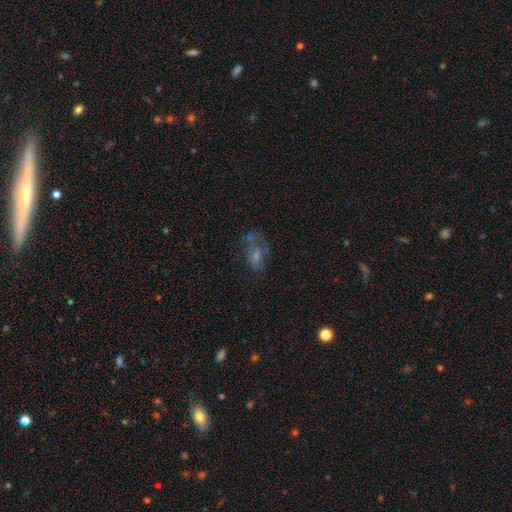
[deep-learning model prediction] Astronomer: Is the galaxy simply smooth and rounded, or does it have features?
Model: featured or disk — 42% (runner-up: smooth, 34%).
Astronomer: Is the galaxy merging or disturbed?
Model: none — 45% (runner-up: major disturbance, 24%).